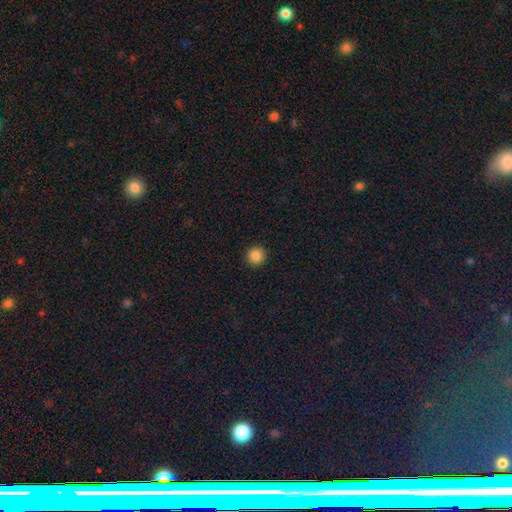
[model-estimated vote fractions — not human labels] Smooth or featured: smooth — 87% (star or artifact — 10%)
How rounded: round — 95% (in between — 4%)
Merging: none — 93% (minor disturbance — 5%)